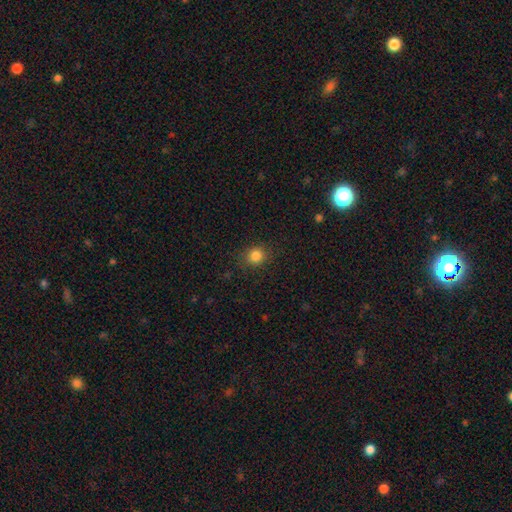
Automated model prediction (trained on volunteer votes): Overall: smooth (84%). How rounded: round (79%). Merging: none (85%).